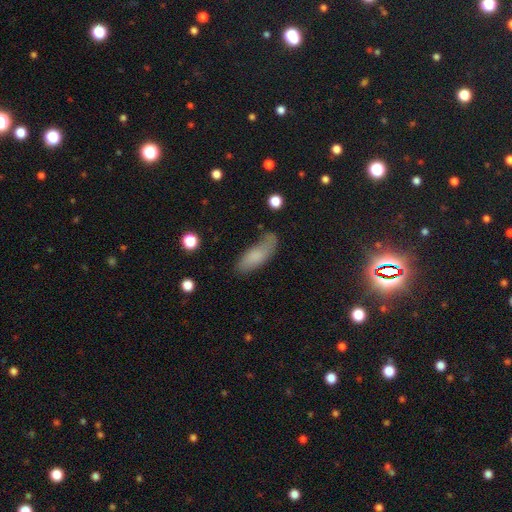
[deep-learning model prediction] A smooth galaxy with no disk features (76%) that is in between round and cigar-shaped (68%). Merging: none (53%).